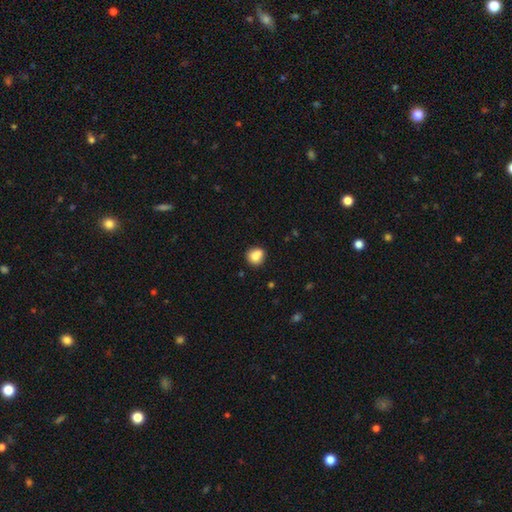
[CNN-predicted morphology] Smooth or featured?
  - smooth: 79% *
  - featured or disk: 11%
  - star or artifact: 10%
How rounded?
  - round: 77% *
  - in between: 22%
  - cigar-shaped: 1%
Merging?
  - none: 56% *
  - merger: 22%
  - minor disturbance: 17%
  - major disturbance: 5%